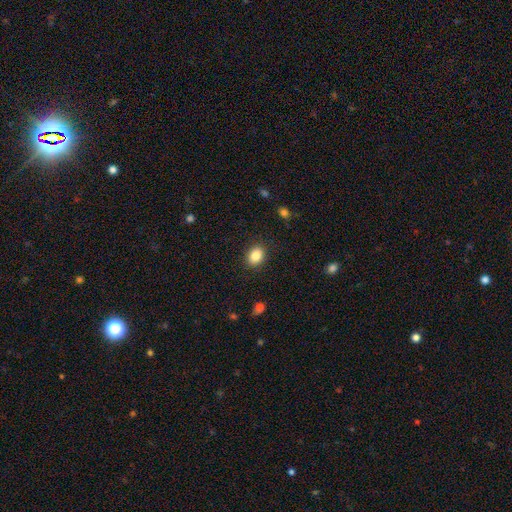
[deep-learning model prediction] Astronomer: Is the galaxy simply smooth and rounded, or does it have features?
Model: smooth — 86%.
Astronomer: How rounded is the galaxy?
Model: in between — 66%.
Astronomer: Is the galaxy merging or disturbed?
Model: none — 88%.